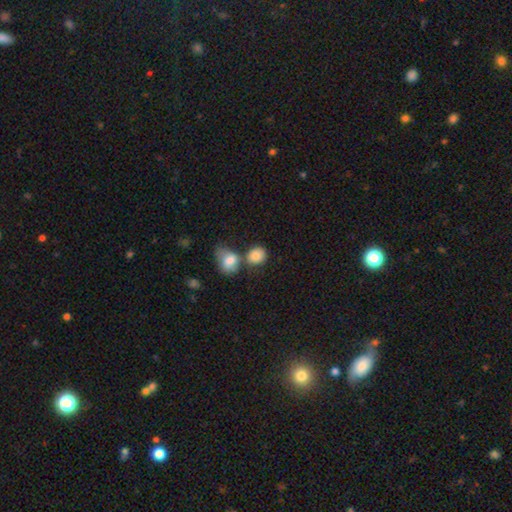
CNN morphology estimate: This is clearly a smooth galaxy (84%). How rounded: likely round (66%). Merging: possibly none (47%).